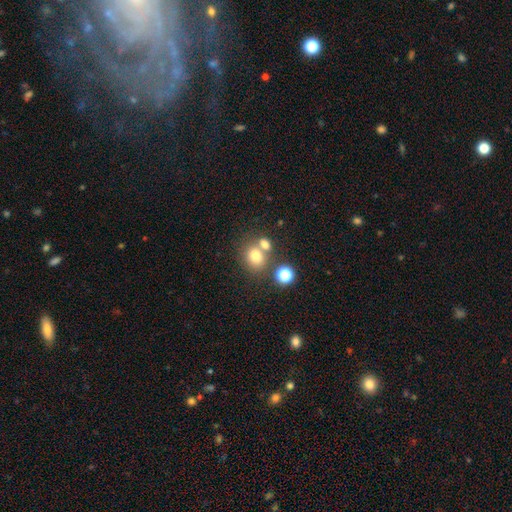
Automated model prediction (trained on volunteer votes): A smooth galaxy with no disk features (75%) that is round (66%).

Vote fractions:
- Smooth or featured? smooth: 75% / star or artifact: 14% / featured or disk: 11%
- How rounded? round: 66% / in between: 34% / cigar-shaped: 1%
- Merging? none: 52% / merger: 34% / minor disturbance: 10% / major disturbance: 4%